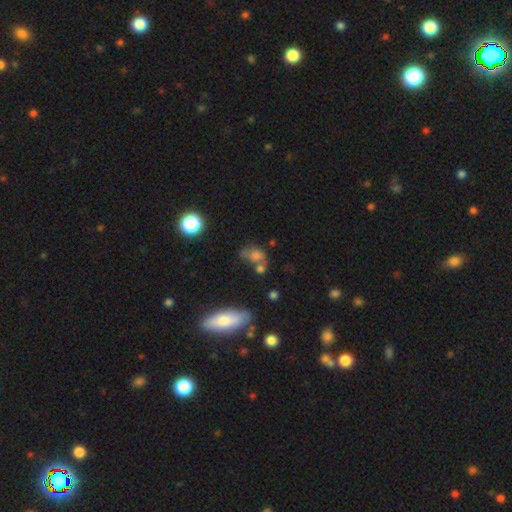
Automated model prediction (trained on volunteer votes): This appears to be a smooth galaxy with no disk features (60%) that is in between round and cigar-shaped (67%). Merging: none (35%).